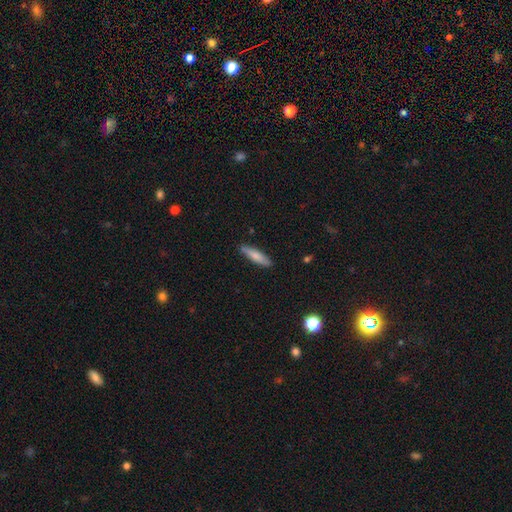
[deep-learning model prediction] smooth_or_featured: smooth (p=0.75) [alt: featured or disk p=0.20]
how_rounded: cigar-shaped (p=0.78) [alt: in between p=0.21]
merging: none (p=0.86) [alt: minor disturbance p=0.11]